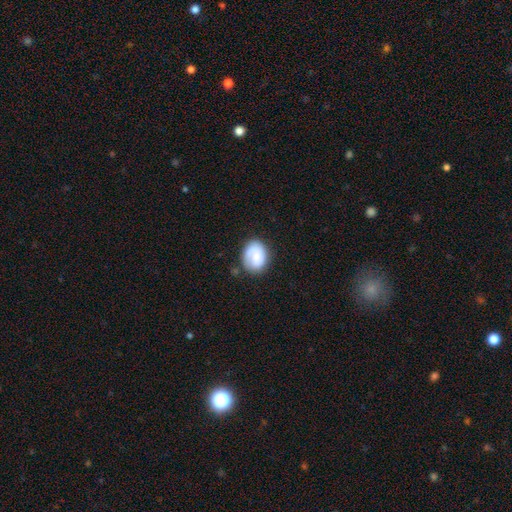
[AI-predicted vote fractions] Smooth or featured?
  - smooth: 58% *
  - featured or disk: 35%
  - star or artifact: 7%
How rounded?
  - in between: 61% *
  - round: 38%
  - cigar-shaped: 1%
Merging?
  - none: 68% *
  - minor disturbance: 21%
  - major disturbance: 8%
  - merger: 3%